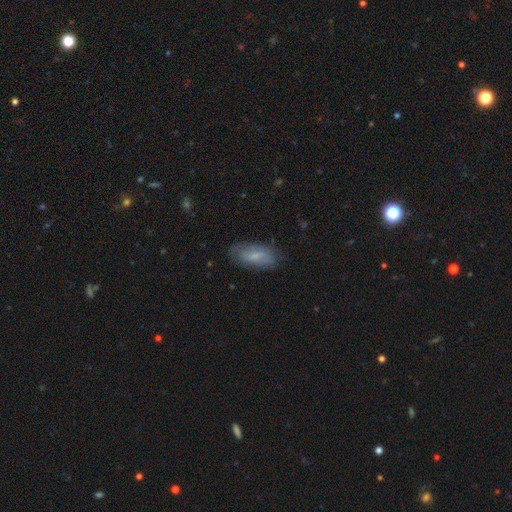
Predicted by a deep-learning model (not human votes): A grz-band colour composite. It shows a smooth galaxy with no disk features (63%) that is in between round and cigar-shaped (85%). Merging: none (74%).